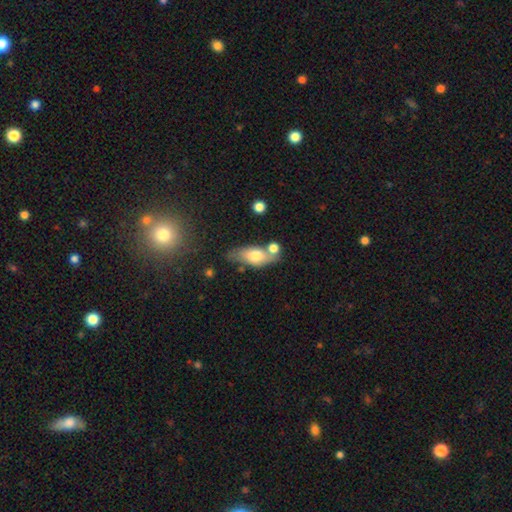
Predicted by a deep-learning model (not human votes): Smooth or featured? Predicted: smooth (p=0.65). How rounded? Predicted: in between (p=0.78). Merging? Predicted: none (p=0.50).